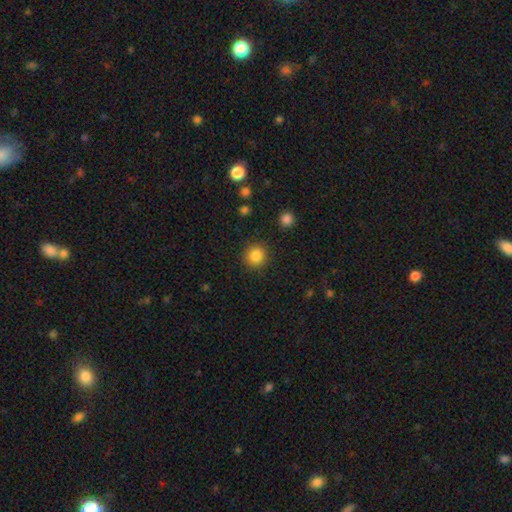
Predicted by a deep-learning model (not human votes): Q: Smooth or featured?
A: smooth (85%); runner-up: star or artifact (11%)
Q: How rounded?
A: round (92%); runner-up: in between (7%)
Q: Merging?
A: none (90%); runner-up: minor disturbance (6%)